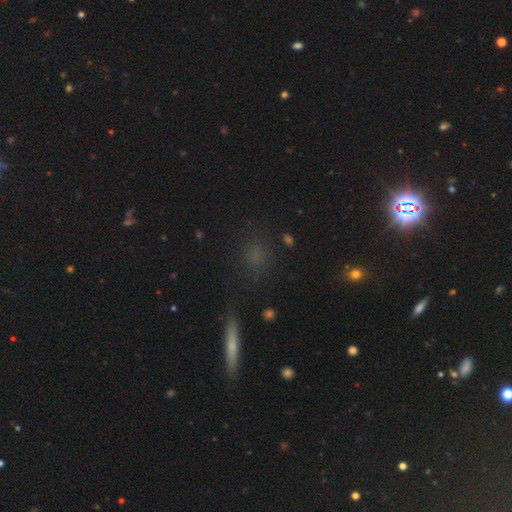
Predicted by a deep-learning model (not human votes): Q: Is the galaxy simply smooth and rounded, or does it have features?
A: smooth — 61%.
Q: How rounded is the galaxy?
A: round — 48%.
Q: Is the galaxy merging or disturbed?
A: none — 78%.